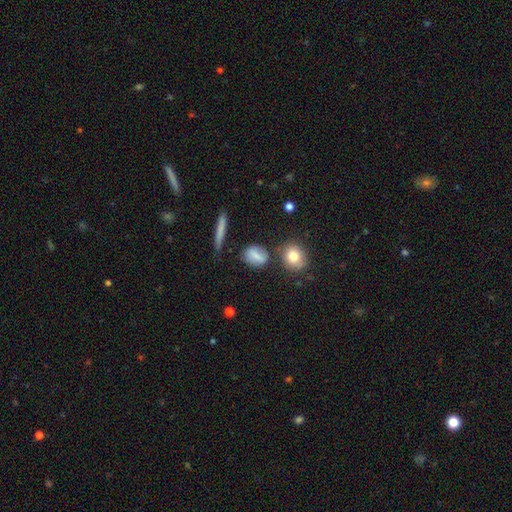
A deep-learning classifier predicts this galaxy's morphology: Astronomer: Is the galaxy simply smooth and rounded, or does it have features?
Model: smooth — 74%.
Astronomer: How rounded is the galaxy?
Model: in between — 50% (runner-up: round, 42%).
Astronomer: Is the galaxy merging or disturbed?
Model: none — 75%.